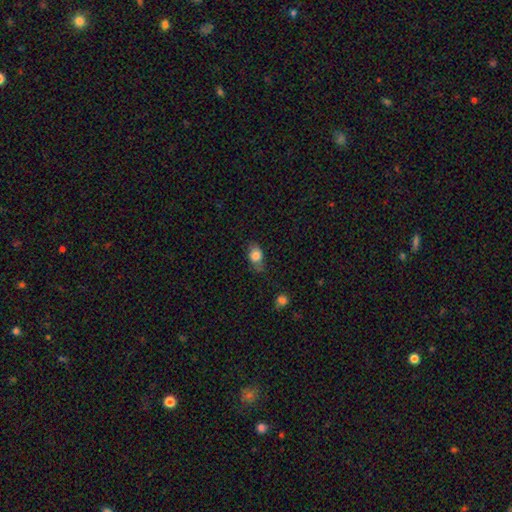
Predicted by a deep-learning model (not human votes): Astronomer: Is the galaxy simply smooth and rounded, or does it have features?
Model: smooth — 79%.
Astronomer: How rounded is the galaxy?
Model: in between — 76%.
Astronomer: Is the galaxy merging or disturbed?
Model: none — 63%.